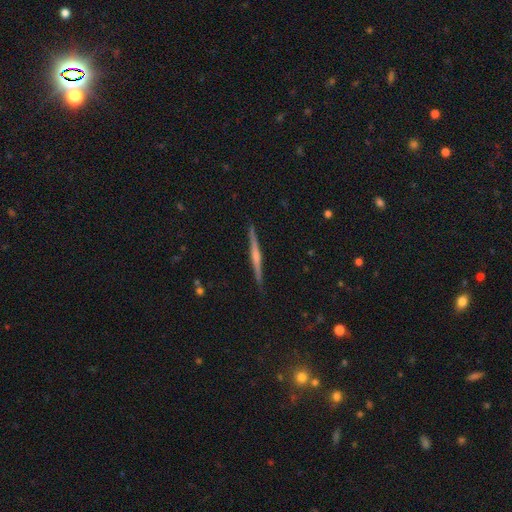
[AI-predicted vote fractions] Q: Smooth or featured?
A: featured or disk (71%); runner-up: smooth (20%)
Q: Edge-on disk?
A: yes (97%); runner-up: no (3%)
Q: Edge-on bulge?
A: rounded (71%); runner-up: none (20%)
Q: Merging?
A: none (90%); runner-up: minor disturbance (7%)